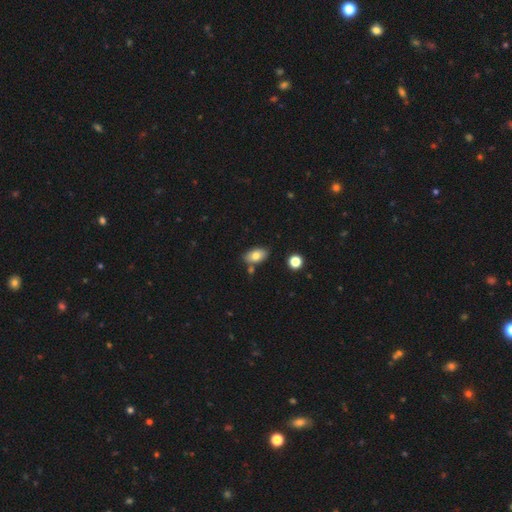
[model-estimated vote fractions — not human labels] This is likely a smooth galaxy (77%). How rounded: clearly in between (91%). Merging: likely none (76%).